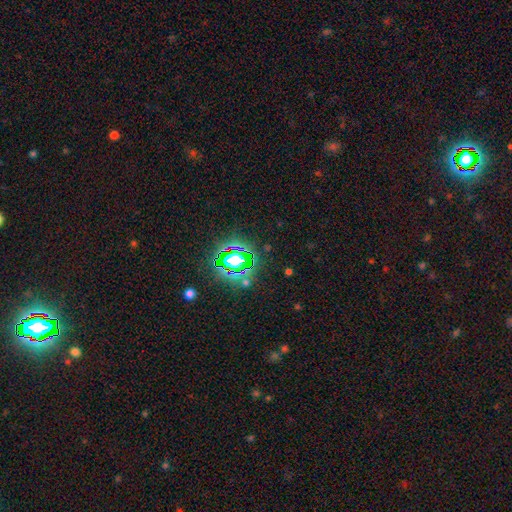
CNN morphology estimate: type=star or artifact (80%).